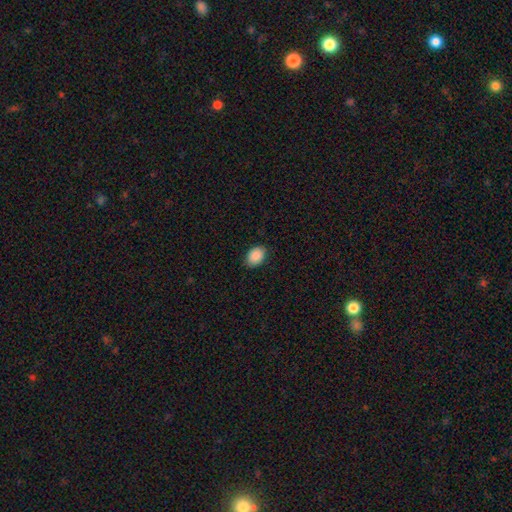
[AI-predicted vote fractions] smooth 90%, star or artifact 7%, featured or disk 3%. Down the decision tree: how rounded — in between (80%); merging — none (87%).